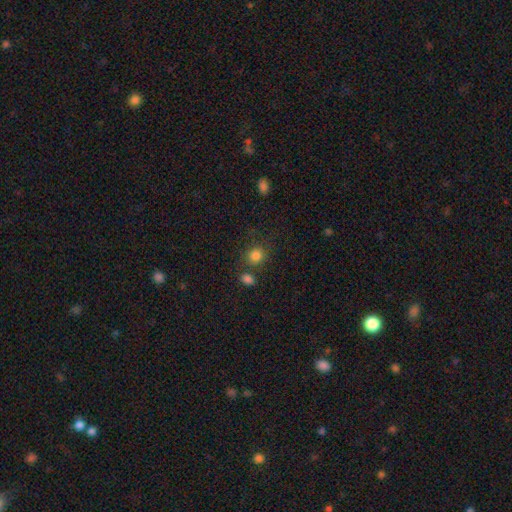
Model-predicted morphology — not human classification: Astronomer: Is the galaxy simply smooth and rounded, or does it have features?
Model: smooth — 82%.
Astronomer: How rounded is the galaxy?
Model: round — 77%.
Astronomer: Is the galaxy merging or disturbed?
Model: none — 68%.